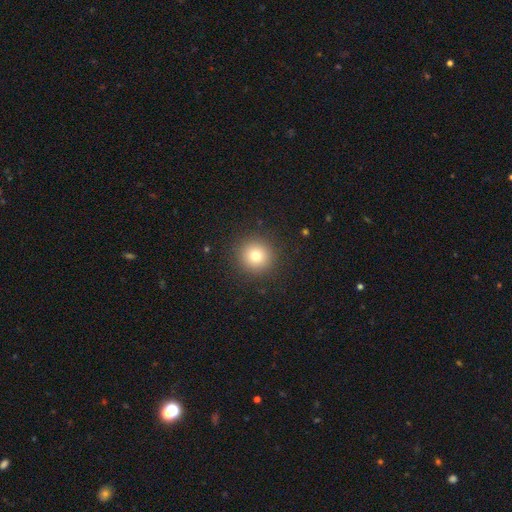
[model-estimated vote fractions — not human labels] This is likely a smooth galaxy (78%). How rounded: clearly round (95%). Merging: clearly none (91%).